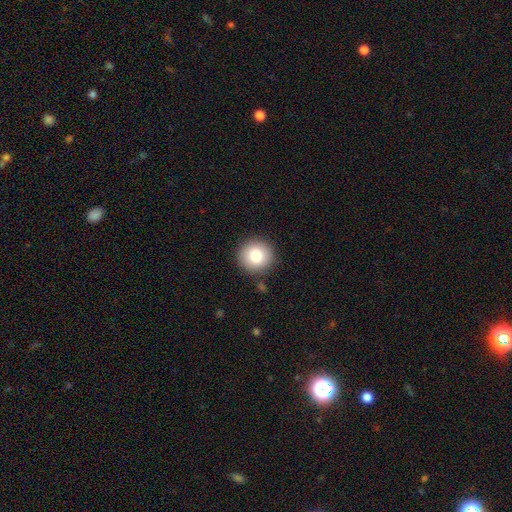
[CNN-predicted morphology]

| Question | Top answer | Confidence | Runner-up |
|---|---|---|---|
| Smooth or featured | smooth | 80% | featured or disk (10%) |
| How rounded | round | 94% | in between (5%) |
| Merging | none | 89% | minor disturbance (7%) |